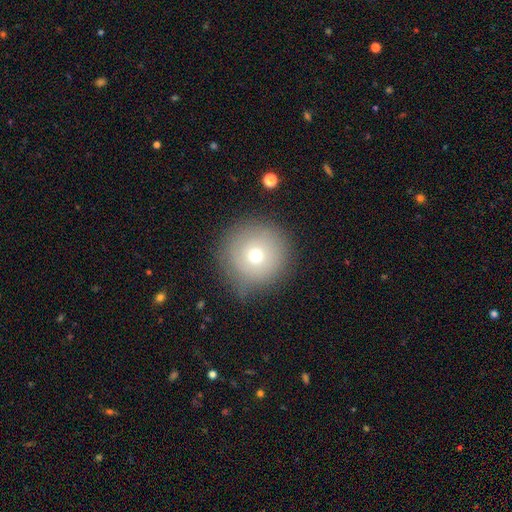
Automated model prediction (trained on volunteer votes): This appears to be a smooth galaxy with no disk features (69%) that is round (96%). Merging: none (77%).